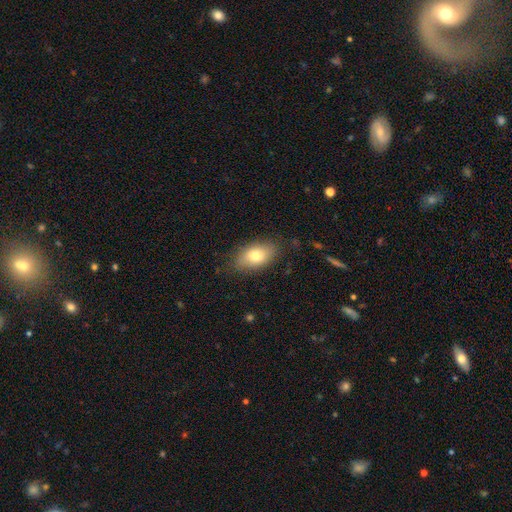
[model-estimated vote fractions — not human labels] This appears to be a smooth galaxy with no disk features (77%) that is in between round and cigar-shaped (90%). Merging: none (81%).